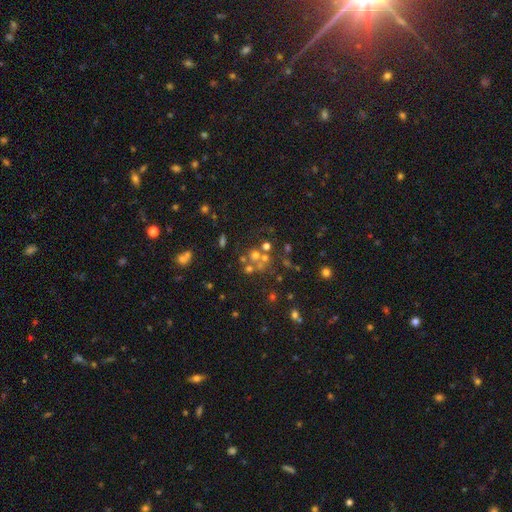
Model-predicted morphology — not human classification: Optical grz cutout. It shows a smooth galaxy with no disk features (44%). Merging: none (55%).